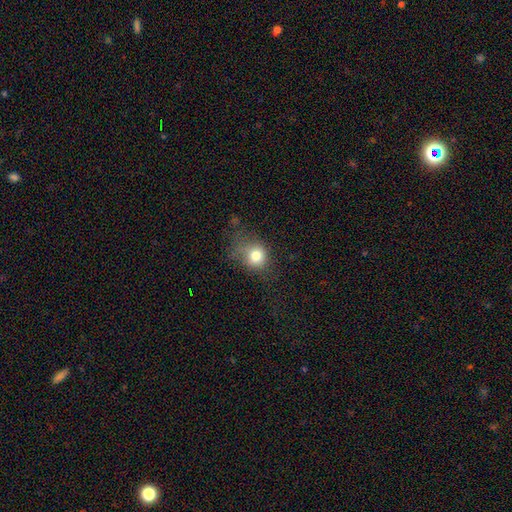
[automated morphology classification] Smooth or featured? smooth (77%)
How rounded? round (68%)
Merging? none (44%)